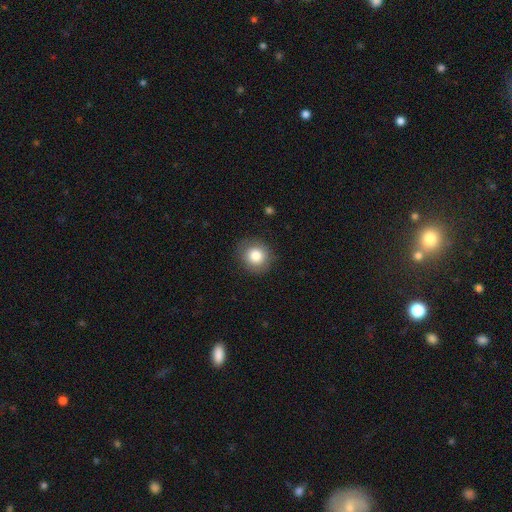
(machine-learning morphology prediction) Smooth or featured? smooth (81%)
How rounded? round (86%)
Merging? none (85%)